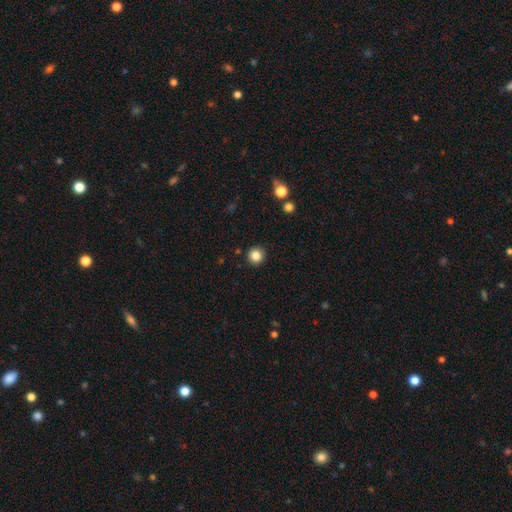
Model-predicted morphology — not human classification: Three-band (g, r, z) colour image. It shows a smooth galaxy with no disk features (84%) that is round (94%). Merging: none (92%).